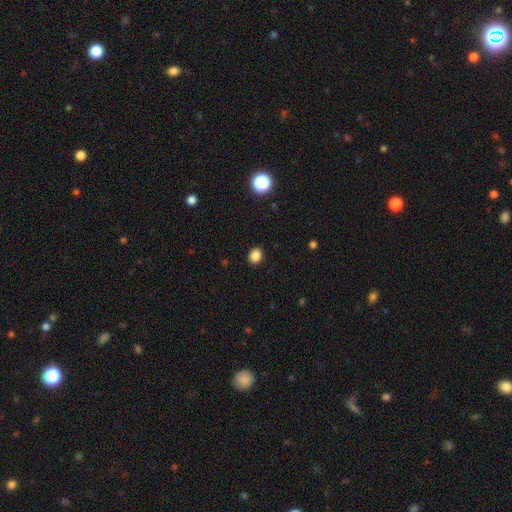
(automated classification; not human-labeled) Q: Smooth or featured?
A: smooth (85%); runner-up: star or artifact (11%)
Q: How rounded?
A: round (54%); runner-up: in between (45%)
Q: Merging?
A: none (90%); runner-up: minor disturbance (7%)